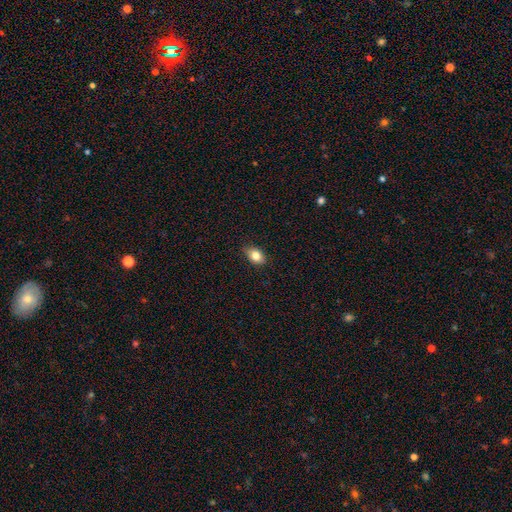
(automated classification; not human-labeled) This appears to be a smooth galaxy with no disk features (82%) that is in between round and cigar-shaped (83%). Merging: none (85%).